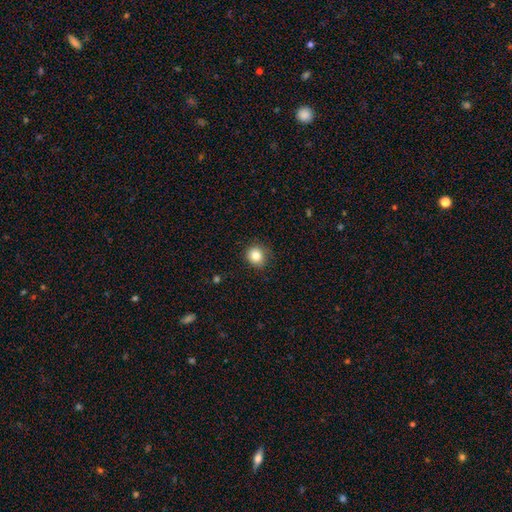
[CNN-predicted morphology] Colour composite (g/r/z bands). It shows a smooth galaxy with no disk features (83%) that is round (86%). Merging: none (85%).